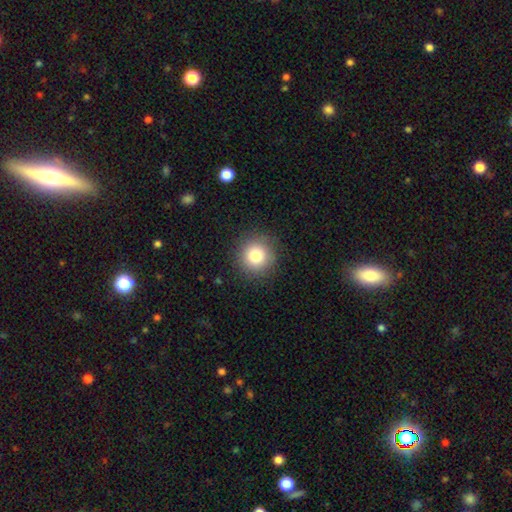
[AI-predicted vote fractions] Morphology: type=smooth (80%); roundness=round (94%); merging=none (89%).